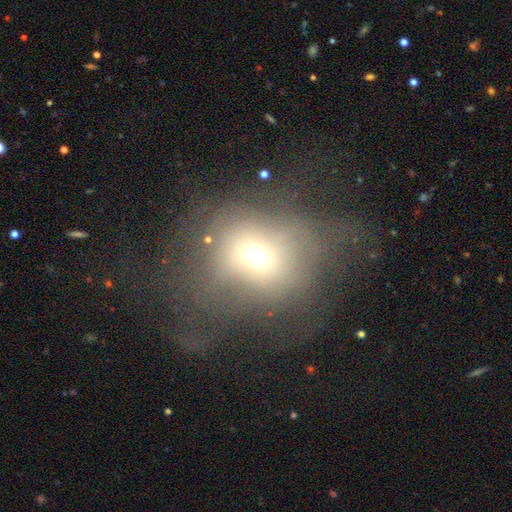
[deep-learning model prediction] This appears to be a smooth galaxy with no disk features (54%) that is round (76%). Merging: major disturbance (40%).